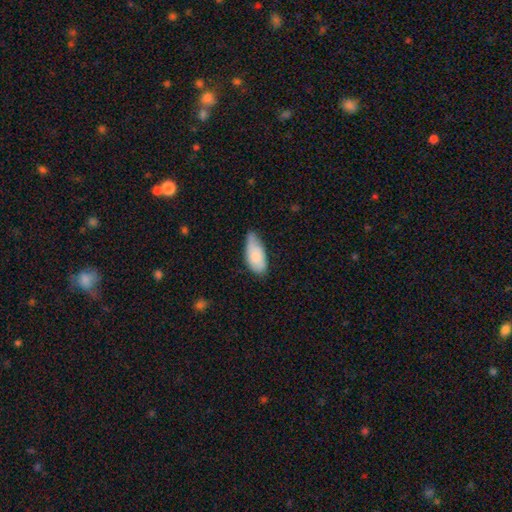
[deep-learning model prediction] smooth_or_featured: smooth (p=0.81) [alt: featured or disk p=0.13]
how_rounded: in between (p=0.90) [alt: cigar-shaped p=0.08]
merging: none (p=0.45) [tied with: minor disturbance p=0.45]